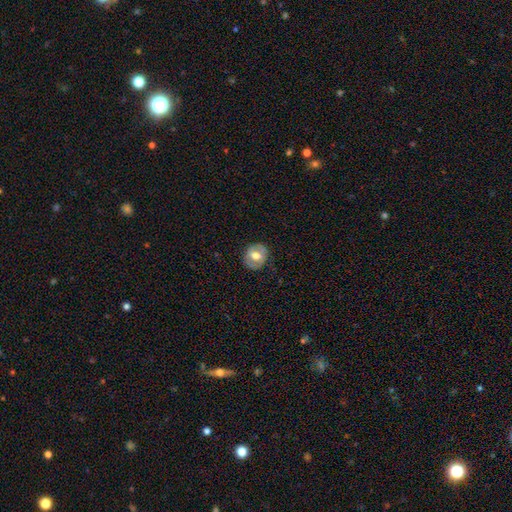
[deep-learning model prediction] A smooth galaxy with no disk features (50%) that is round (75%). Merging: none (83%).